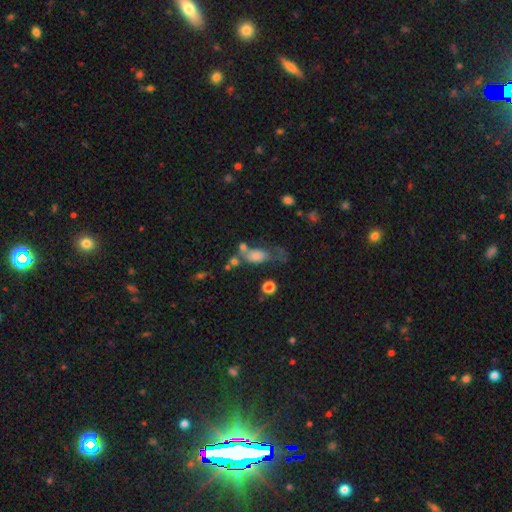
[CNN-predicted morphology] Q: Smooth or featured?
A: smooth (68%); runner-up: featured or disk (20%)
Q: How rounded?
A: in between (83%); runner-up: round (9%)
Q: Merging?
A: none (29%); tied with: major disturbance (29%)